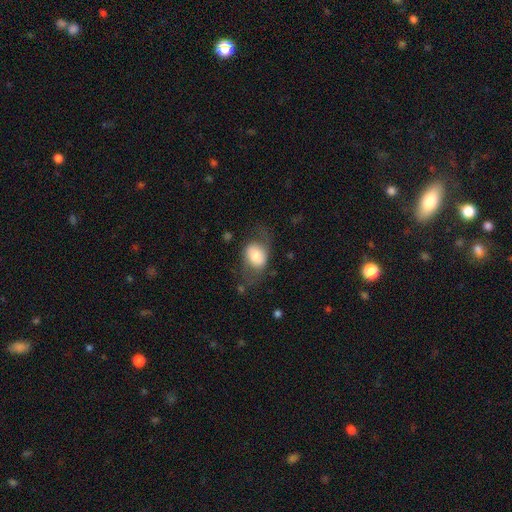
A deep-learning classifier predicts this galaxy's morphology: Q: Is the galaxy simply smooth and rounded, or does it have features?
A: smooth — 61%.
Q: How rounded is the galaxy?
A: in between — 62%.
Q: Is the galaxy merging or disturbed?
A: none — 51%.